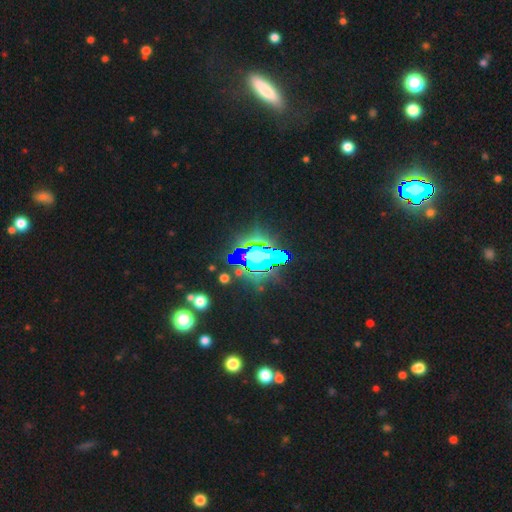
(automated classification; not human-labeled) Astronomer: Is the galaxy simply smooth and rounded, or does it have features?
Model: star or artifact — 65%.